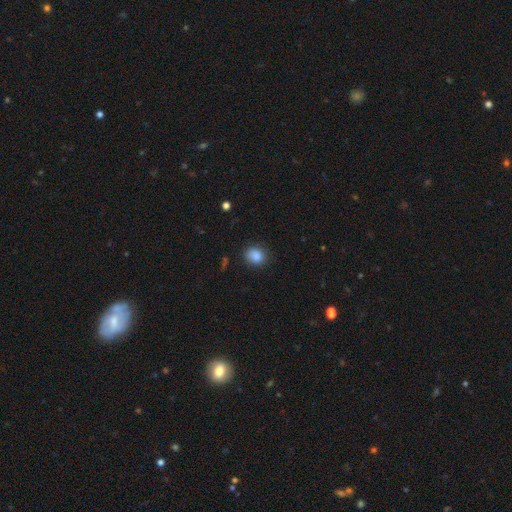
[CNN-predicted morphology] Smooth or featured? smooth (86%)
How rounded? round (61%)
Merging? none (78%)